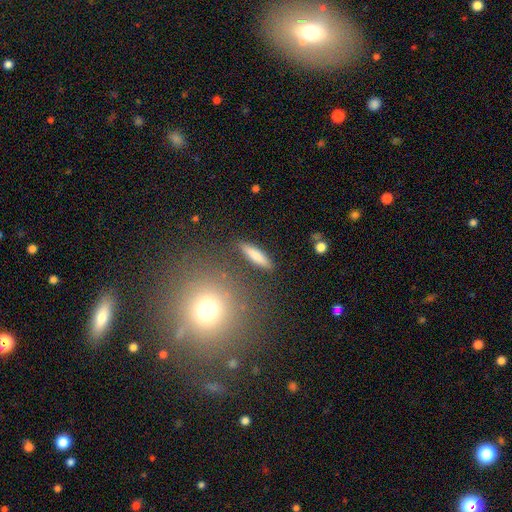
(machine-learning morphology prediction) The model was most divided on "how rounded": cigar-shaped: 74%, in between: 24%, round: 2%. More confident: merging — none (85%); smooth or featured — smooth (80%).